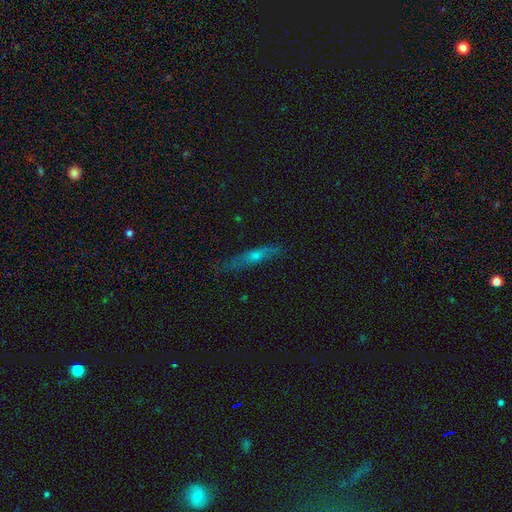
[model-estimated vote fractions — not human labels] Overall: featured or disk (61%; smooth 28%). Edge-on disk: yes (87%). Edge-on bulge: rounded (81%). Merging: none (81%).